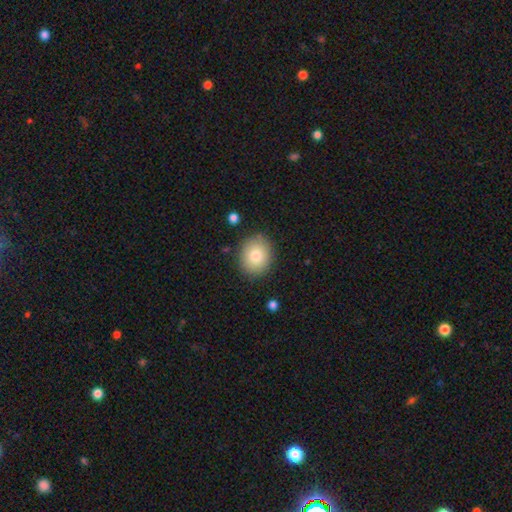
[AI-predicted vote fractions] Smooth or featured? smooth (81%)
How rounded? round (67%)
Merging? none (86%)